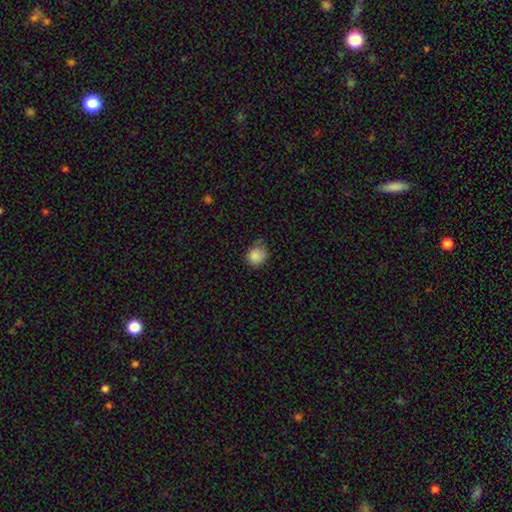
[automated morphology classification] smooth_or_featured: smooth (p=0.87) [alt: star or artifact p=0.10]
how_rounded: round (p=0.79) [alt: in between p=0.20]
merging: none (p=0.61) [alt: minor disturbance p=0.30]